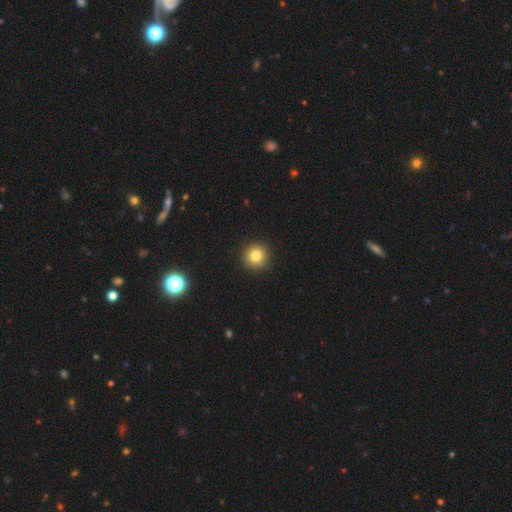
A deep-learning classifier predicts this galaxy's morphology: smooth-or-featured: smooth: 82% | star or artifact: 11% | featured or disk: 6%
  how-rounded: round: 94% | in between: 5% | cigar-shaped: 1%
  merging: none: 91% | minor disturbance: 6% | major disturbance: 2% | merger: 1%